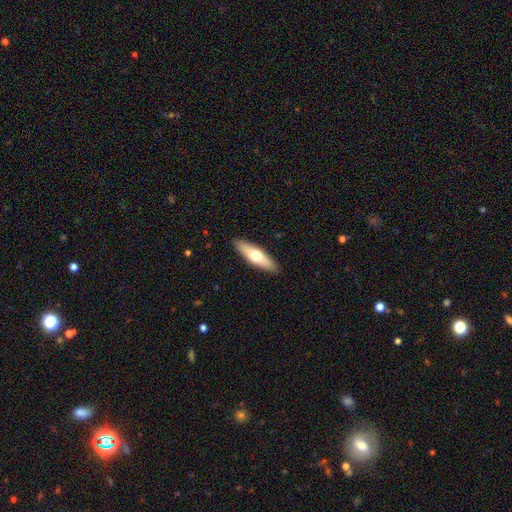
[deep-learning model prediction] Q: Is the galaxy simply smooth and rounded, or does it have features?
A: smooth — 55%.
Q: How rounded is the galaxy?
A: cigar-shaped — 56%.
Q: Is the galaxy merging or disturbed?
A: none — 90%.